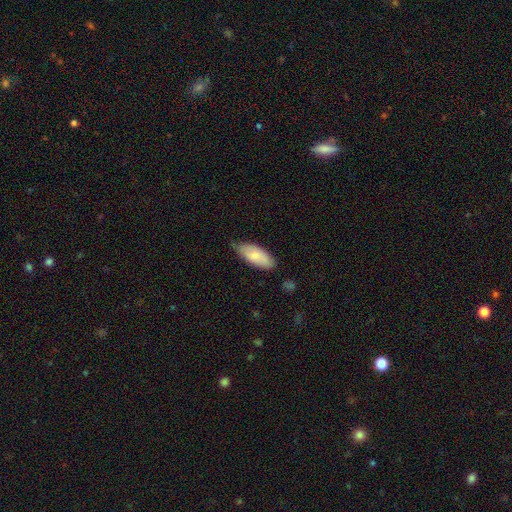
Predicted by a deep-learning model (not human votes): smooth-or-featured: smooth: 78% | featured or disk: 17% | star or artifact: 6%
  how-rounded: in between: 86% | cigar-shaped: 12% | round: 2%
  merging: none: 61% | minor disturbance: 32% | major disturbance: 5% | merger: 2%